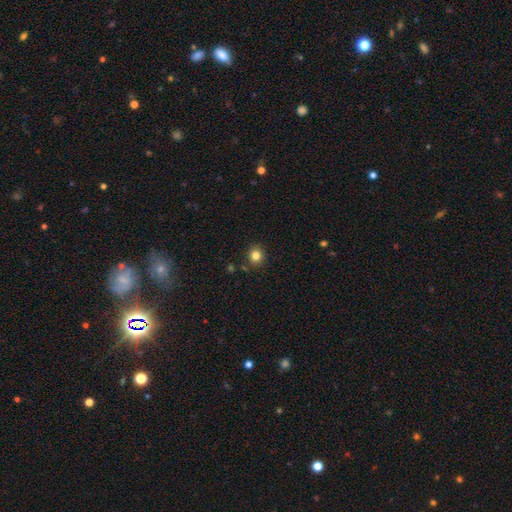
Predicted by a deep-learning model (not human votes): Smooth or featured? smooth (82%)
How rounded? round (87%)
Merging? none (88%)